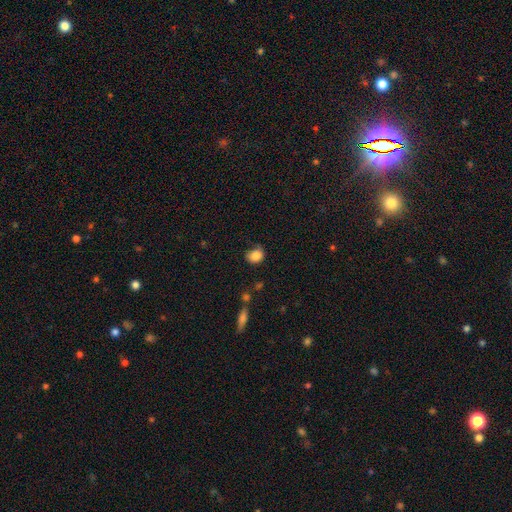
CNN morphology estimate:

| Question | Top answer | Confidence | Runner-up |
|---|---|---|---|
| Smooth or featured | smooth | 83% | star or artifact (9%) |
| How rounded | round | 56% | in between (43%) |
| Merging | none | 59% | minor disturbance (30%) |